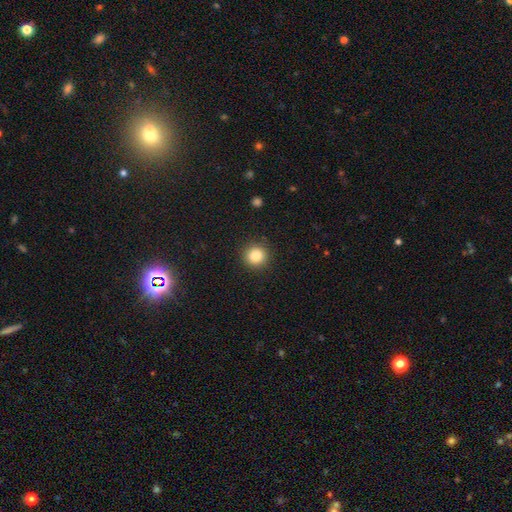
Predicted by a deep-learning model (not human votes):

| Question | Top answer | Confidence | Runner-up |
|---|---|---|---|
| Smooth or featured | smooth | 84% | star or artifact (11%) |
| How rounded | round | 94% | in between (5%) |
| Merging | none | 91% | minor disturbance (6%) |